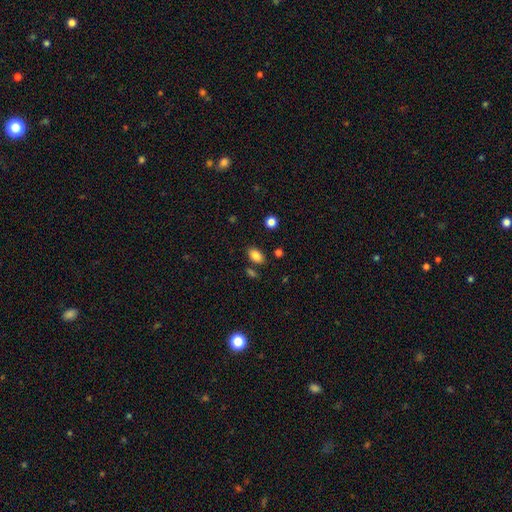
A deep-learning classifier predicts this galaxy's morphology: This is clearly a smooth galaxy (85%). How rounded: clearly in between (89%). Merging: likely none (79%).